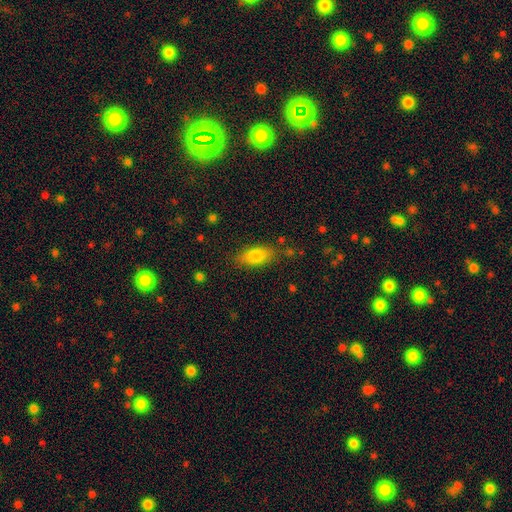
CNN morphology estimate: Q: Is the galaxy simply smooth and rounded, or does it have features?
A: smooth — 82%.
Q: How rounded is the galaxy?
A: in between — 84%.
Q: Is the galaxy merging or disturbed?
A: none — 80%.